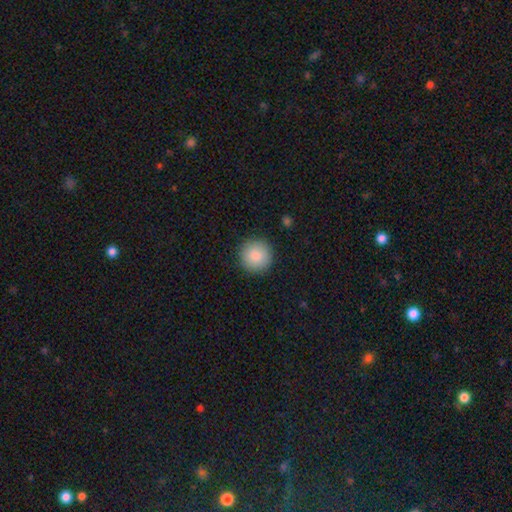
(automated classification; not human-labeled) This is clearly a smooth galaxy (87%). How rounded: clearly round (95%). Merging: clearly none (91%).